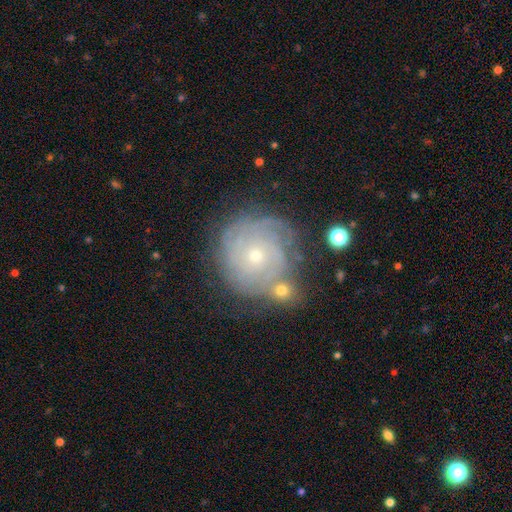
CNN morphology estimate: Q: Smooth or featured?
A: featured or disk (75%); runner-up: smooth (16%)
Q: Edge-on disk?
A: no (97%); runner-up: yes (3%)
Q: Bar?
A: no (84%); runner-up: weak (13%)
Q: Spiral arms?
A: yes (91%); runner-up: no (9%)
Q: Spiral winding?
A: tight (79%); runner-up: medium (16%)
Q: Spiral arm count?
A: can't tell (40%); runner-up: 4 (17%)
Q: Bulge size?
A: small (75%); runner-up: moderate (21%)
Q: Merging?
A: none (66%); runner-up: minor disturbance (17%)